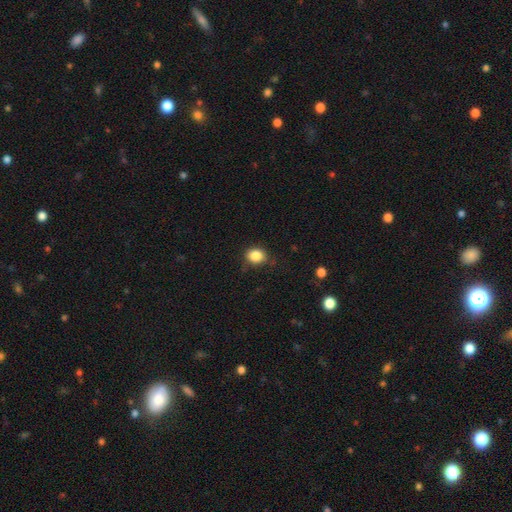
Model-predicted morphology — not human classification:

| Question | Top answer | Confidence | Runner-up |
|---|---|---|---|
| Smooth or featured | smooth | 85% | star or artifact (10%) |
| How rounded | round | 62% | in between (37%) |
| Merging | none | 79% | minor disturbance (16%) |